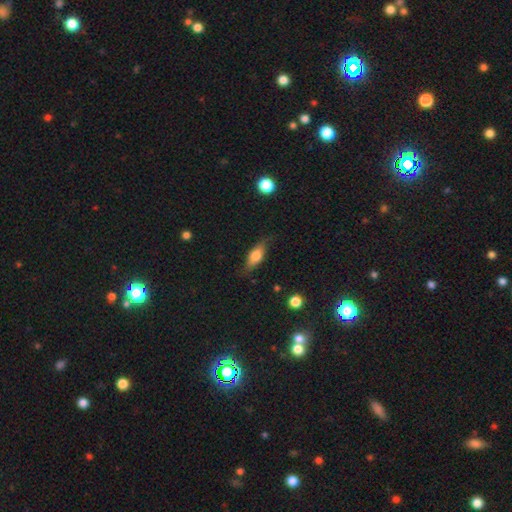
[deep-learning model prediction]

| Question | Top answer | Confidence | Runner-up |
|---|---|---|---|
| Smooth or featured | smooth | 62% | featured or disk (30%) |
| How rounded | in between | 68% | cigar-shaped (28%) |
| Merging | none | 76% | minor disturbance (19%) |